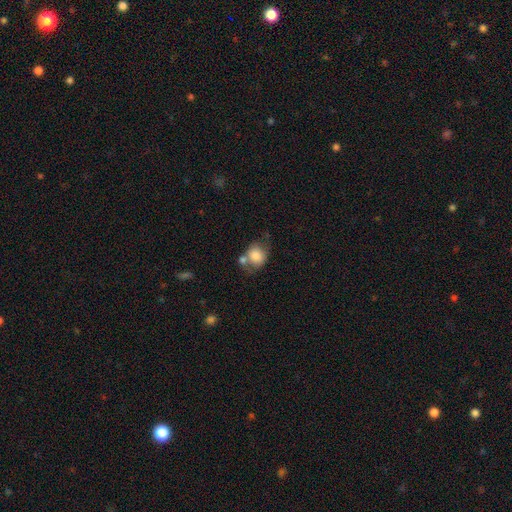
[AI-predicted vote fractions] This appears to be a smooth galaxy with no disk features (75%) that is round (59%). Merging: none (38%).